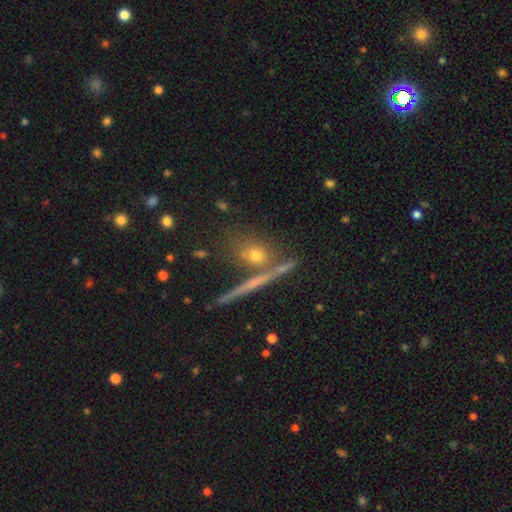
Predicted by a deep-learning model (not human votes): This appears to be a smooth galaxy with no disk features (59%) that is round (60%). Merging: none (68%).